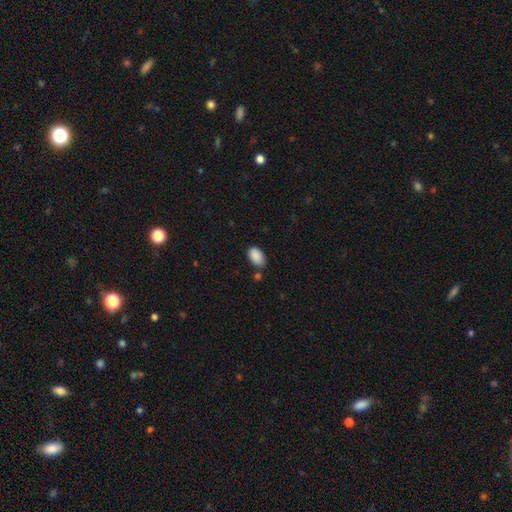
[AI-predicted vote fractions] Smooth or featured: smooth — 90% (star or artifact — 7%)
How rounded: in between — 93% (round — 6%)
Merging: none — 77% (minor disturbance — 14%)